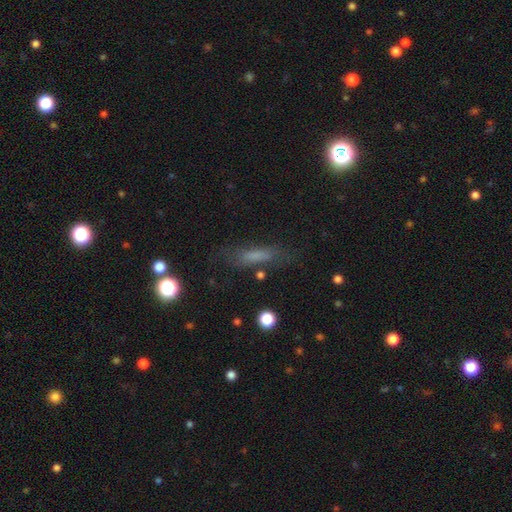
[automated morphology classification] smooth-or-featured: smooth: 64% | featured or disk: 21% | star or artifact: 15%
  how-rounded: cigar-shaped: 71% | in between: 26% | round: 3%
  merging: none: 70% | minor disturbance: 19% | major disturbance: 9% | merger: 3%